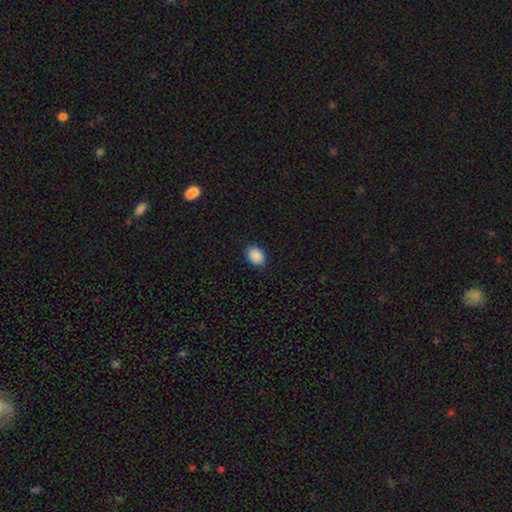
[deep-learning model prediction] Smooth or featured: smooth — 90% (star or artifact — 8%)
How rounded: in between — 76% (round — 23%)
Merging: none — 88% (minor disturbance — 9%)